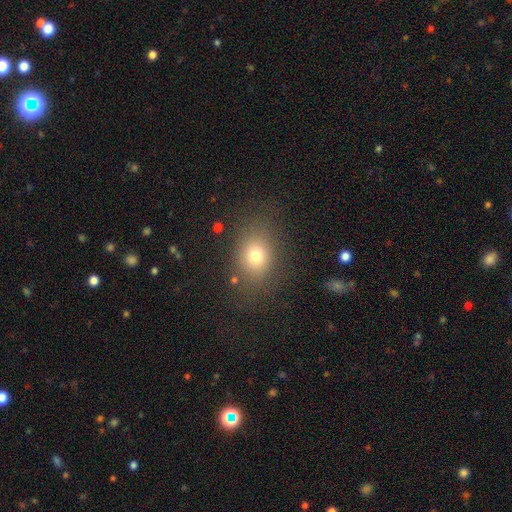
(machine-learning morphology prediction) Smooth or featured? smooth (74%)
How rounded? in between (53%)
Merging? none (80%)